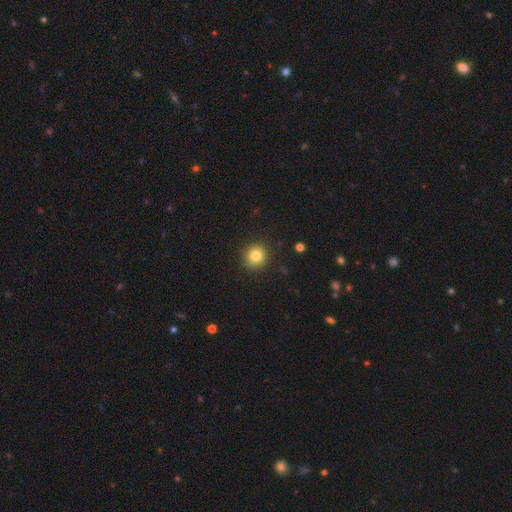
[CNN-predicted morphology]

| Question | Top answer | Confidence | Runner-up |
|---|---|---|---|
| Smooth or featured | smooth | 82% | star or artifact (11%) |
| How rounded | round | 90% | in between (9%) |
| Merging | none | 88% | minor disturbance (9%) |